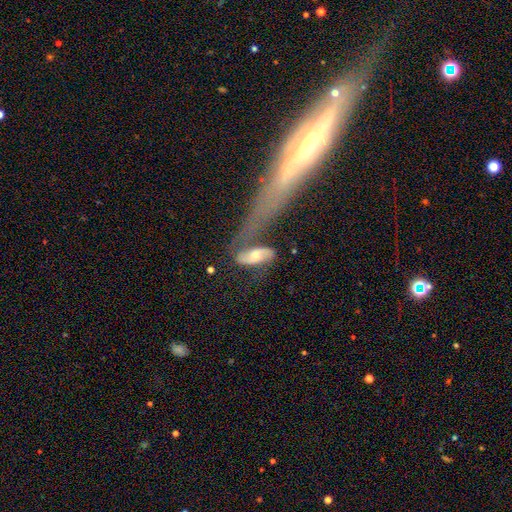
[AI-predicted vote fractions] Smooth or featured: featured or disk — 59% (smooth — 33%)
Edge-on disk: no — 86% (yes — 14%)
Bar: no — 60% (weak — 26%)
Spiral arms: yes — 75% (no — 25%)
Bulge size: moderate — 63% (small — 30%)
Merging: none — 39% (merger — 25%)